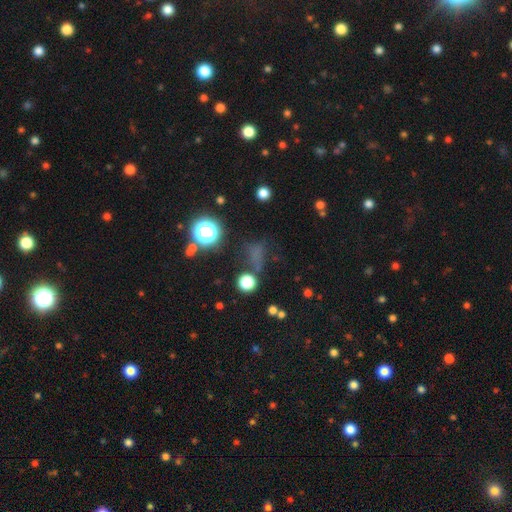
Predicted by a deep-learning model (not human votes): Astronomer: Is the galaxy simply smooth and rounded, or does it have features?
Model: smooth — 49% (runner-up: star or artifact, 40%).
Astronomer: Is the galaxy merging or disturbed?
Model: none — 58%.